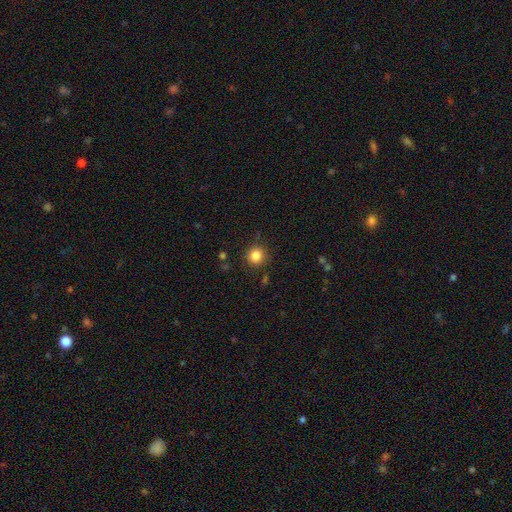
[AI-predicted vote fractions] The model was most divided on "smooth or featured": smooth: 84%, star or artifact: 11%, featured or disk: 5%. More confident: how rounded — round (93%); merging — none (88%).